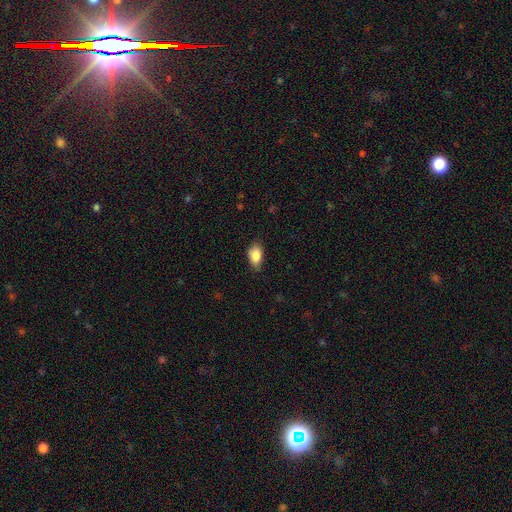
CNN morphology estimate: Smooth or featured? Predicted: smooth (p=0.86). How rounded? Predicted: in between (p=0.89). Merging? Predicted: none (p=0.74).